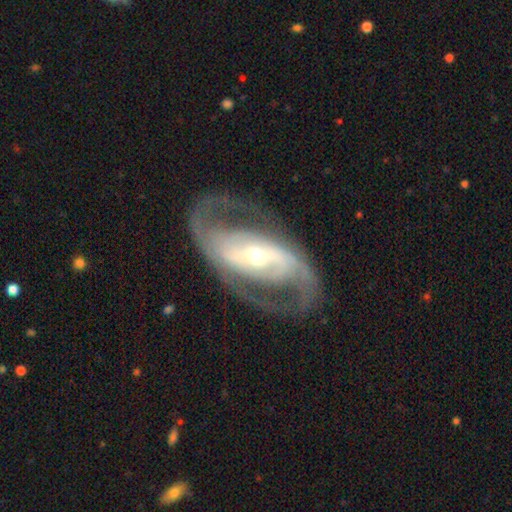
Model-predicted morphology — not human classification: smooth-or-featured: featured or disk: 90% | smooth: 6% | star or artifact: 5%
  disk-edge-on: no: 95% | yes: 5%
    bar: strong: 53% | weak: 28% | no: 19%
    has-spiral-arms: yes: 92% | no: 8%
      spiral-winding: medium: 52% | loose: 27% | tight: 22%
      spiral-arm-count: 2: 91% | can't tell: 4% | 1: 2% | 3: 1% | 4: 1% | more than 4: 1%
    bulge-size: small: 49% | moderate: 45% | large: 4% | dominant: 1% | none: 1%
  merging: none: 77% | minor disturbance: 11% | major disturbance: 10% | merger: 1%